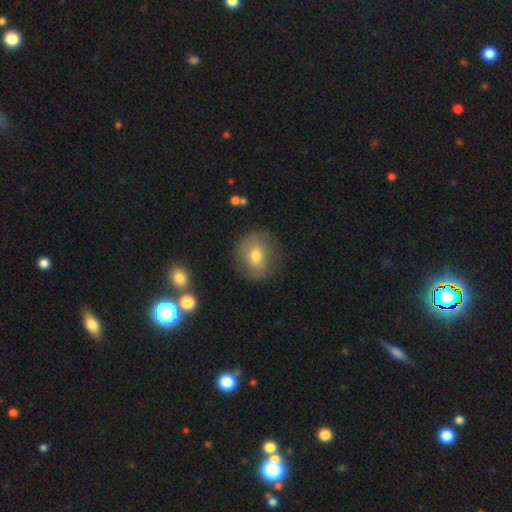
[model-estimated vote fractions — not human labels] Q: Smooth or featured?
A: smooth (60%); runner-up: featured or disk (29%)
Q: How rounded?
A: round (67%); runner-up: in between (31%)
Q: Merging?
A: none (74%); runner-up: minor disturbance (17%)